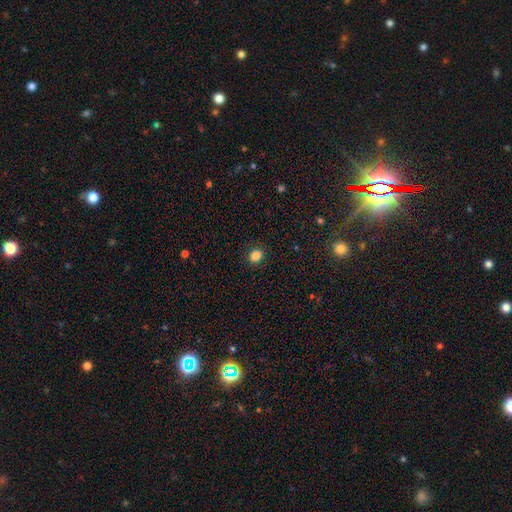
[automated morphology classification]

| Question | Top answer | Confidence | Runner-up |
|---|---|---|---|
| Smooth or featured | smooth | 85% | star or artifact (11%) |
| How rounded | round | 77% | in between (22%) |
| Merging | none | 90% | minor disturbance (7%) |